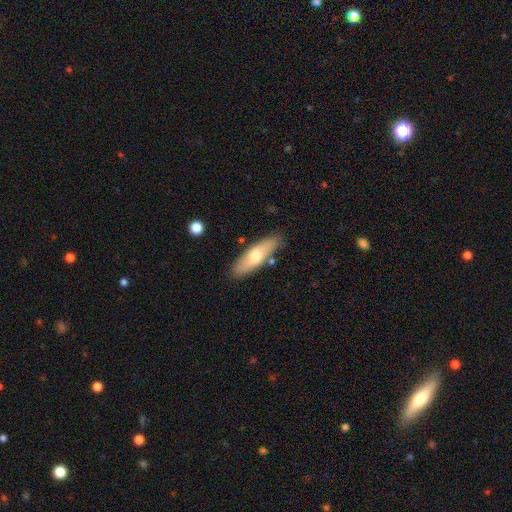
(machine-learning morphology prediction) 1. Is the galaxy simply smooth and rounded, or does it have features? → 64% smooth, 30% featured or disk, 6% star or artifact.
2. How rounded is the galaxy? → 54% in between, 44% cigar-shaped, 2% round.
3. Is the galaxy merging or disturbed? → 83% none, 11% minor disturbance, 3% merger, 2% major disturbance.